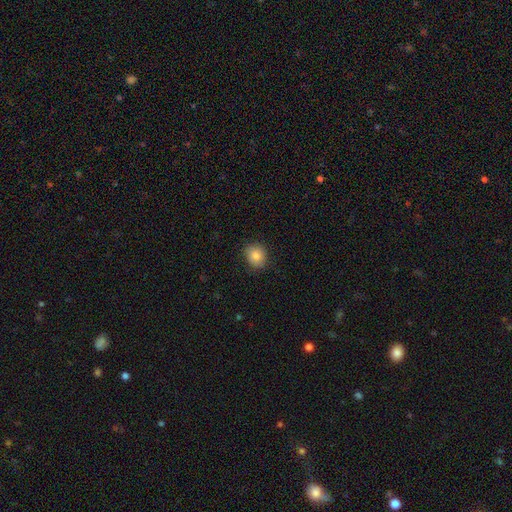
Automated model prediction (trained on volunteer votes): Q: Smooth or featured?
A: smooth (83%); runner-up: star or artifact (9%)
Q: How rounded?
A: round (74%); runner-up: in between (25%)
Q: Merging?
A: none (84%); runner-up: minor disturbance (12%)